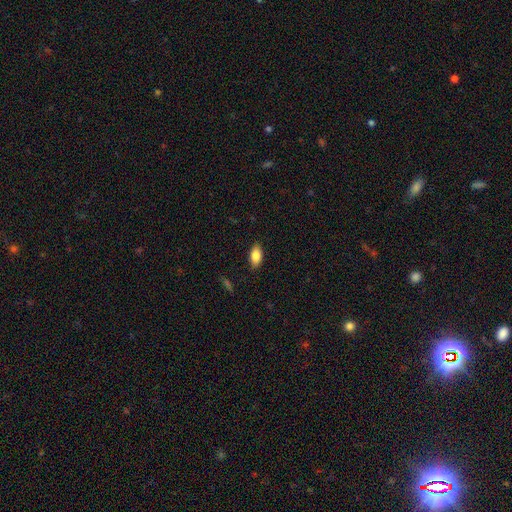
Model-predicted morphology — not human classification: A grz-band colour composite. It shows a smooth galaxy with no disk features (84%) that is in between round and cigar-shaped (91%). Merging: none (87%).